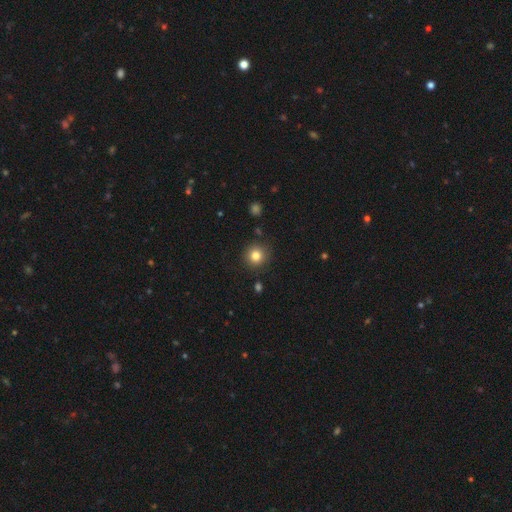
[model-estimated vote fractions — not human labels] smooth 81%, star or artifact 12%, featured or disk 7%. Down the decision tree: how rounded — round (93%); merging — none (89%).